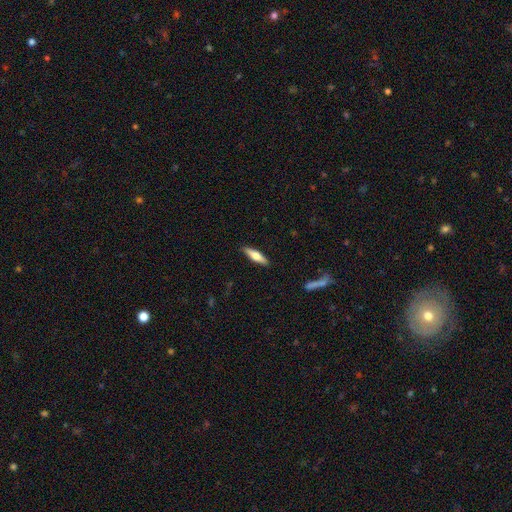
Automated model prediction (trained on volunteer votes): A smooth galaxy with no disk features (56%) that is cigar-shaped (67%).

Vote fractions:
- Smooth or featured? smooth: 56% / featured or disk: 38% / star or artifact: 6%
- How rounded? cigar-shaped: 67% / in between: 31% / round: 2%
- Merging? none: 89% / minor disturbance: 8% / major disturbance: 2% / merger: 1%